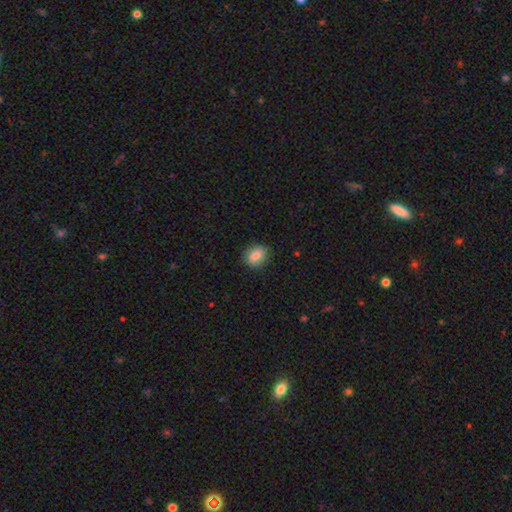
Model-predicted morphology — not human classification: This appears to be a smooth galaxy with no disk features (82%) that is round (50%). Merging: none (84%).